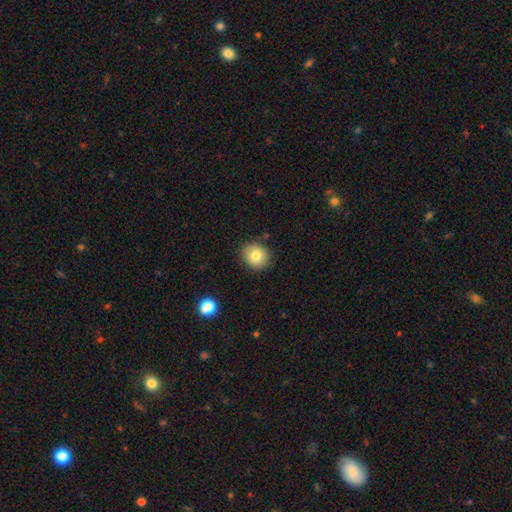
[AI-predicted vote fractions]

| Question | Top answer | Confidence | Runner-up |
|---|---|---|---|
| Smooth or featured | smooth | 82% | star or artifact (9%) |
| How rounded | round | 78% | in between (21%) |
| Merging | none | 87% | minor disturbance (9%) |